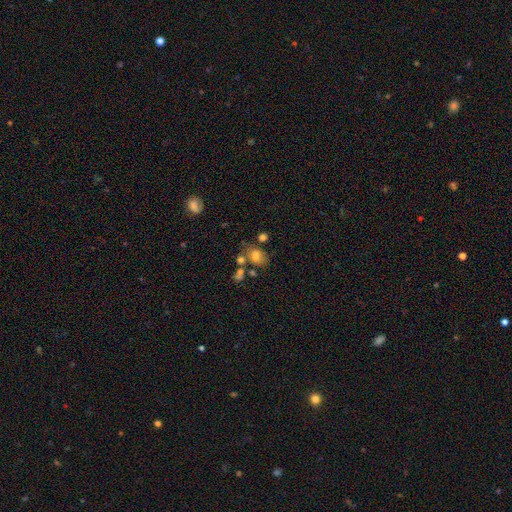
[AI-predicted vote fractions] A smooth galaxy with no disk features (70%) that is in between round and cigar-shaped (65%). Merging: none (51%).